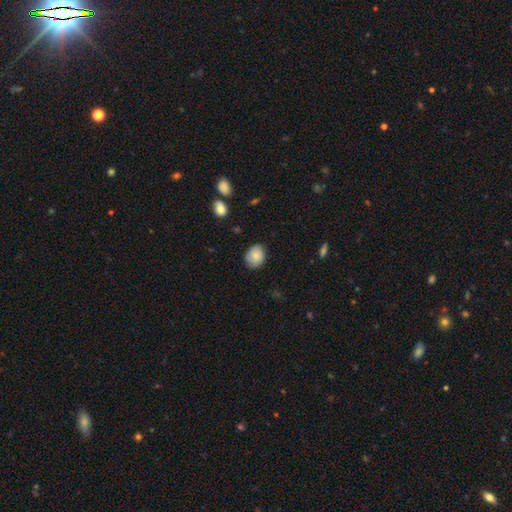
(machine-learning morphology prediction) This is clearly a smooth galaxy (81%). How rounded: possibly round (56%). Merging: likely none (75%).